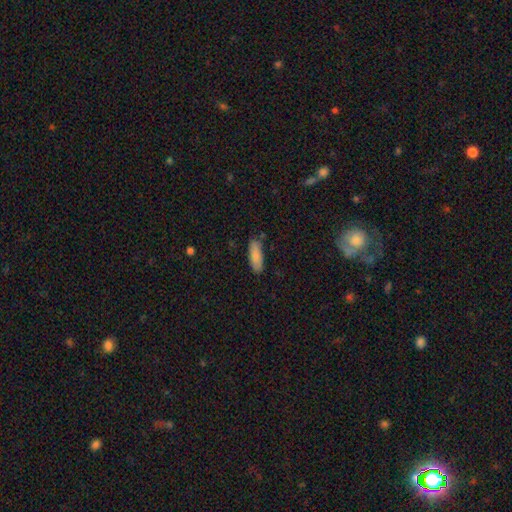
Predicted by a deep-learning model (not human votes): smooth-or-featured: smooth: 87% | featured or disk: 7% | star or artifact: 6%
  how-rounded: in between: 65% | cigar-shaped: 33% | round: 2%
  merging: none: 81% | minor disturbance: 14% | major disturbance: 3% | merger: 2%